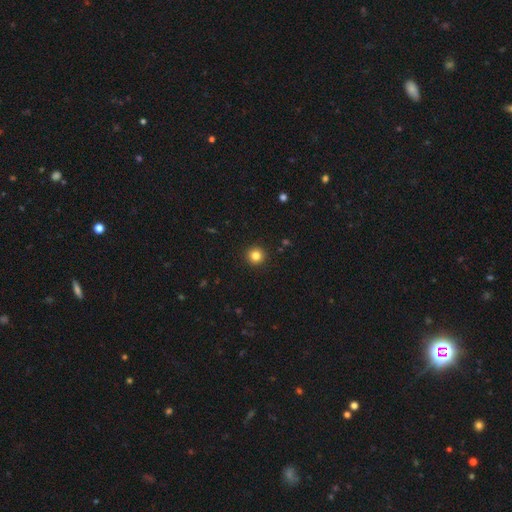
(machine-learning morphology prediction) Smooth or featured?
  - smooth: 83% *
  - star or artifact: 12%
  - featured or disk: 5%
How rounded?
  - round: 95% *
  - in between: 4%
  - cigar-shaped: 1%
Merging?
  - none: 93% *
  - minor disturbance: 5%
  - major disturbance: 2%
  - merger: 1%